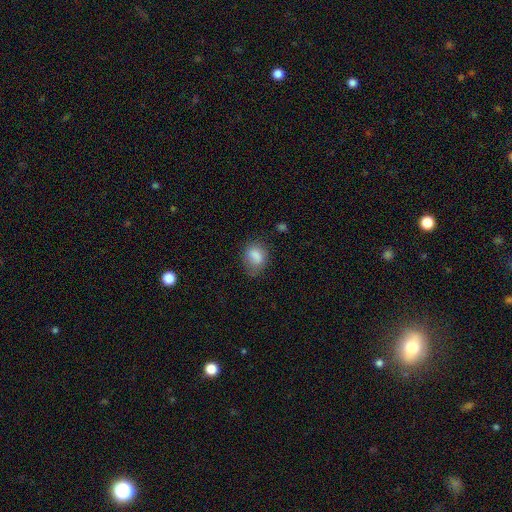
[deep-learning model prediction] Q: Smooth or featured?
A: smooth (82%); runner-up: star or artifact (9%)
Q: How rounded?
A: in between (62%); runner-up: round (37%)
Q: Merging?
A: none (58%); runner-up: minor disturbance (29%)